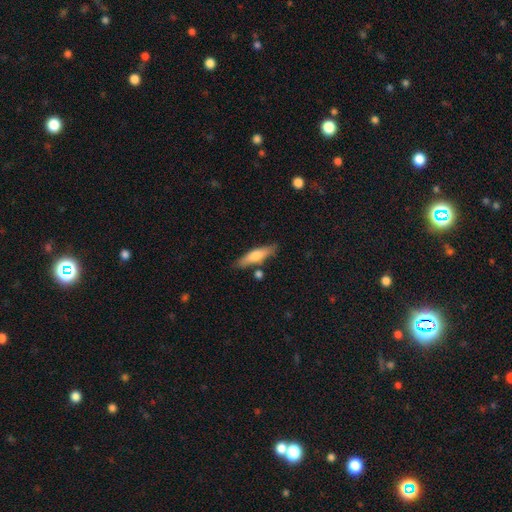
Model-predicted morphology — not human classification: Smooth or featured?
  - smooth: 64% *
  - featured or disk: 31%
  - star or artifact: 6%
How rounded?
  - cigar-shaped: 72% *
  - in between: 26%
  - round: 2%
Merging?
  - none: 78% *
  - minor disturbance: 13%
  - merger: 7%
  - major disturbance: 3%